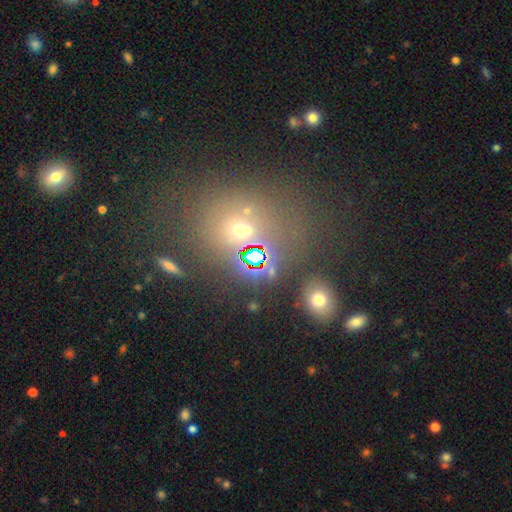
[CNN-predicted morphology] smooth 47%, star or artifact 36%, featured or disk 16%. Down the decision tree: merging — none (57%).